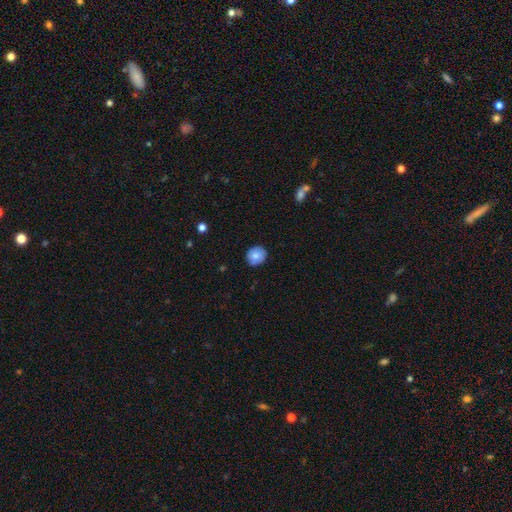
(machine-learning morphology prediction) smooth_or_featured: smooth (p=0.76) [alt: featured or disk p=0.16]
how_rounded: round (p=0.83) [alt: in between p=0.16]
merging: none (p=0.84) [alt: minor disturbance p=0.12]